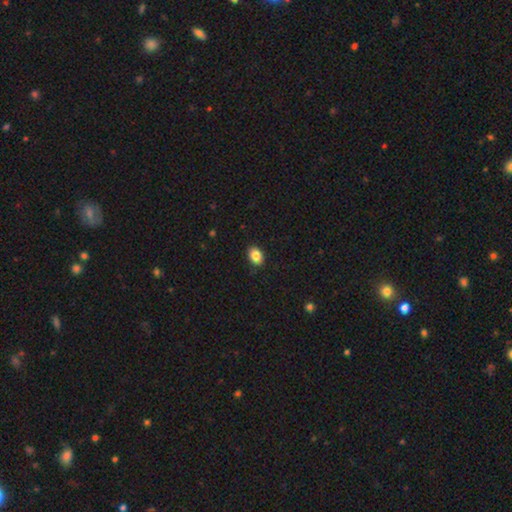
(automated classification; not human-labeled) A smooth galaxy with no disk features (86%) that is in between round and cigar-shaped (74%).

Vote fractions:
- Smooth or featured? smooth: 86% / star or artifact: 8% / featured or disk: 5%
- How rounded? in between: 74% / round: 25% / cigar-shaped: 1%
- Merging? none: 88% / minor disturbance: 9% / major disturbance: 2% / merger: 1%